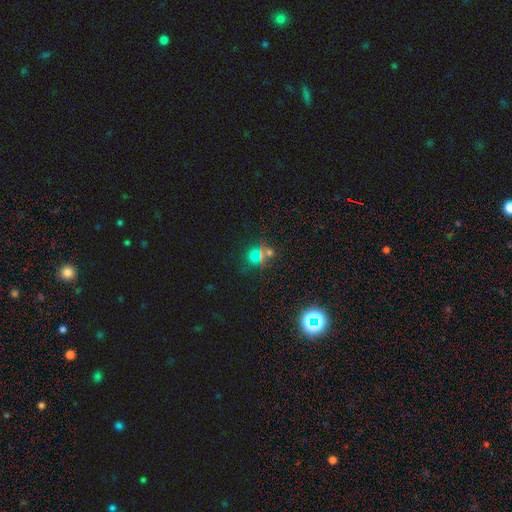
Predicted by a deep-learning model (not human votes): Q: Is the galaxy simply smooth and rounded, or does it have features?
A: smooth — 46%.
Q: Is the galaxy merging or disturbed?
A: none — 69%.